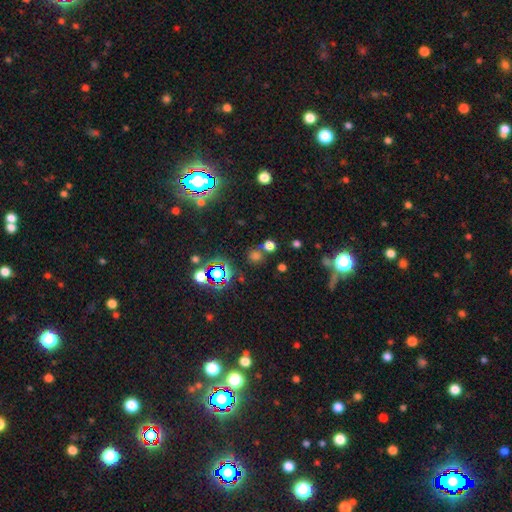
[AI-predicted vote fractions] The model was most divided on "smooth or featured": smooth: 55%, star or artifact: 37%, featured or disk: 7%. More confident: how rounded — round (87%); merging — none (70%).